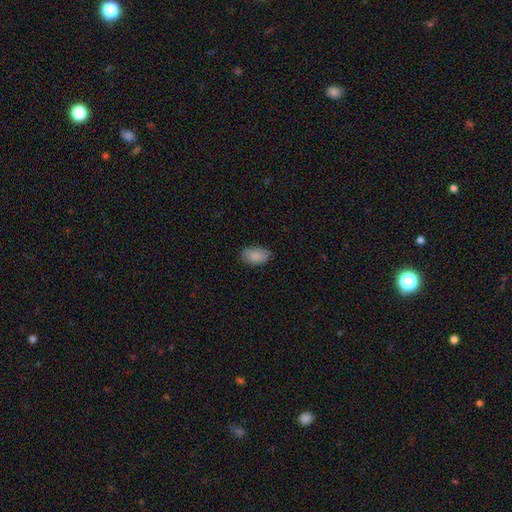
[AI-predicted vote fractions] A smooth galaxy with no disk features (88%) that is in between round and cigar-shaped (93%).

Vote fractions:
- Smooth or featured? smooth: 88% / star or artifact: 7% / featured or disk: 5%
- How rounded? in between: 93% / round: 5% / cigar-shaped: 2%
- Merging? none: 83% / minor disturbance: 14% / major disturbance: 3% / merger: 1%